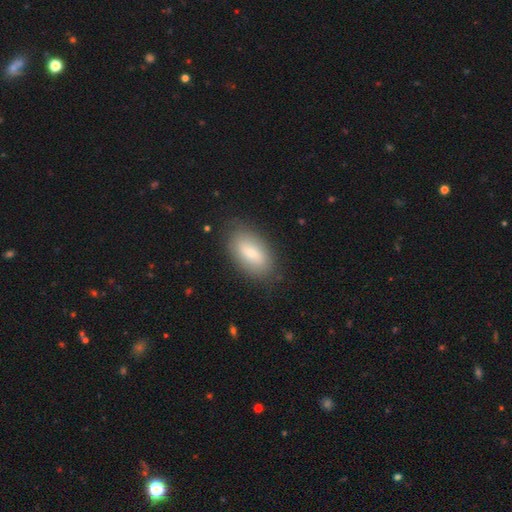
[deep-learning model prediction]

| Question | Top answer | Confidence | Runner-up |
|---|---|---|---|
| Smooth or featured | smooth | 70% | featured or disk (24%) |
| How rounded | in between | 91% | round (4%) |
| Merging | none | 81% | minor disturbance (13%) |